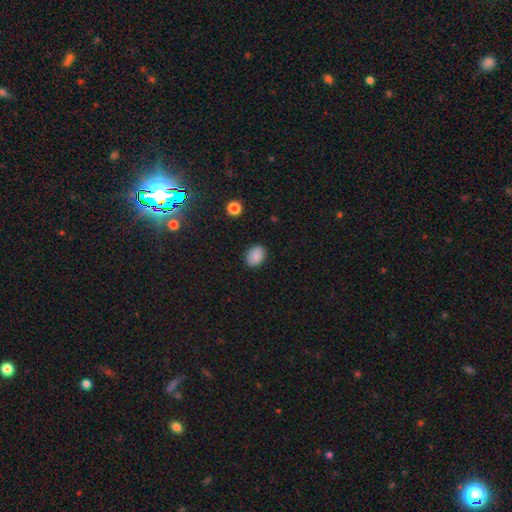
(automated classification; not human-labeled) Smooth or featured? Predicted: smooth (p=0.88). How rounded? Predicted: in between (p=0.73). Merging? Predicted: none (p=0.87).